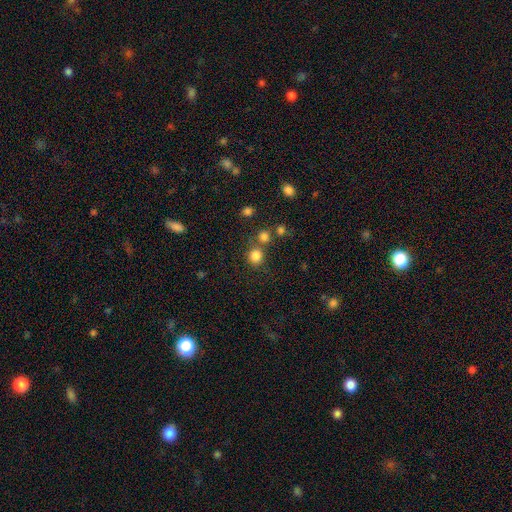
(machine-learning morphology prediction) smooth-or-featured: smooth: 81% | star or artifact: 14% | featured or disk: 5%
  how-rounded: round: 88% | in between: 11% | cigar-shaped: 1%
  merging: none: 70% | merger: 17% | minor disturbance: 9% | major disturbance: 4%